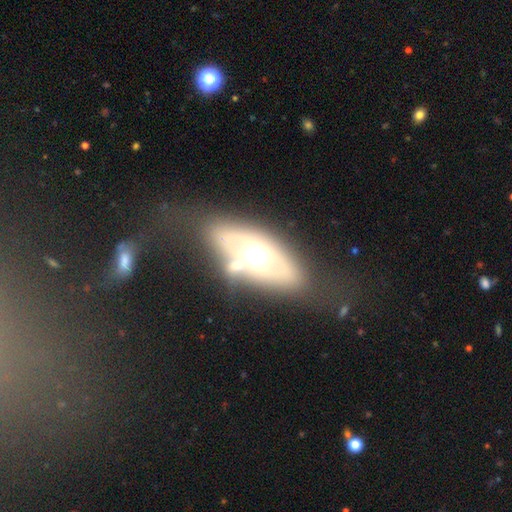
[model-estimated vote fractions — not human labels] Smooth or featured? featured or disk (65%)
Edge-on disk? no (80%)
Bar? no (82%)
Spiral arms? no (80%)
Bulge size? moderate (61%)
Merging? none (57%)